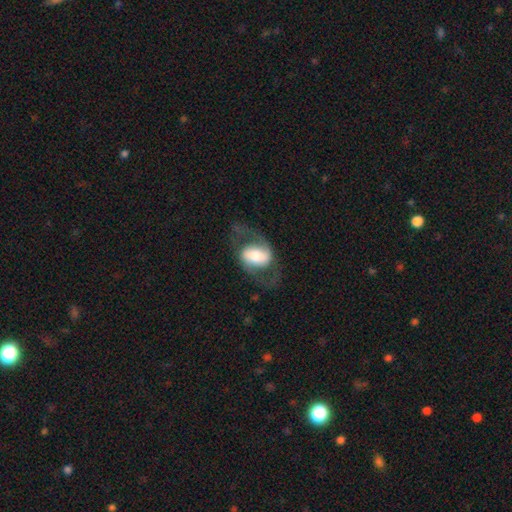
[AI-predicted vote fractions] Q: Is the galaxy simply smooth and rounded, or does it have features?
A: featured or disk — 68%.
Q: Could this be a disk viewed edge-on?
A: no — 95%.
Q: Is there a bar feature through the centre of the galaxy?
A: weak — 34%, tied with strong.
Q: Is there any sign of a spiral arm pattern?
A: yes — 79%.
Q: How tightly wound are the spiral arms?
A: medium — 45%.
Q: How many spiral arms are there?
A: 2 — 90%.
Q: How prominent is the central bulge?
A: moderate — 52%.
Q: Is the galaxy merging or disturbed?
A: none — 66%.